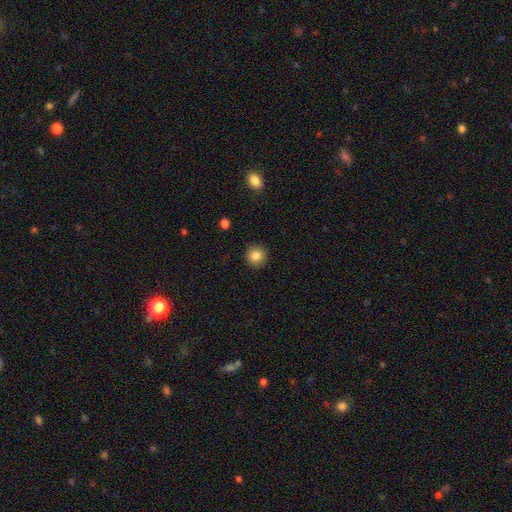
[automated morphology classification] A smooth galaxy with no disk features (85%) that is round (94%).

Vote fractions:
- Smooth or featured? smooth: 85% / star or artifact: 10% / featured or disk: 5%
- How rounded? round: 94% / in between: 5% / cigar-shaped: 1%
- Merging? none: 90% / minor disturbance: 7% / major disturbance: 2% / merger: 1%